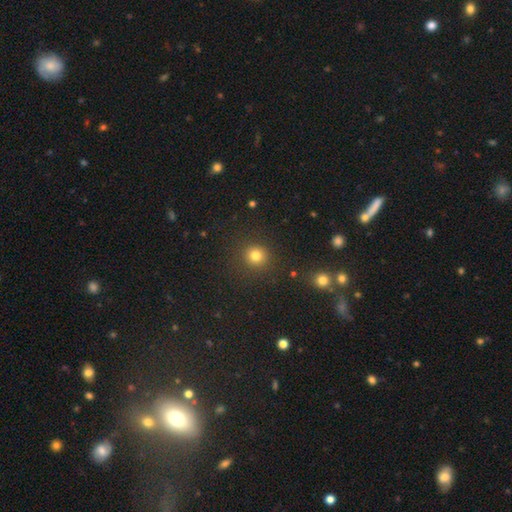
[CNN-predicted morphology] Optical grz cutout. It shows a smooth galaxy with no disk features (79%) that is round (92%). Merging: none (88%).